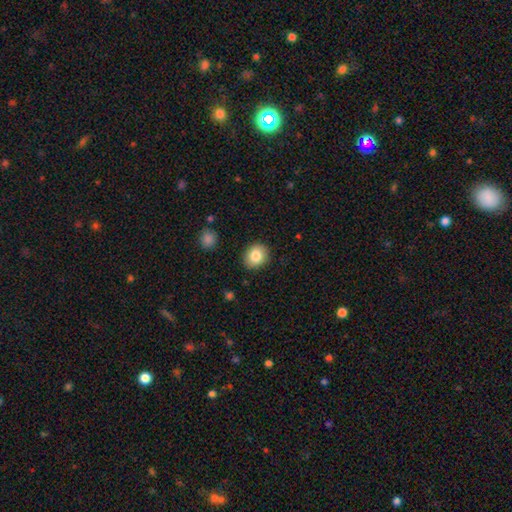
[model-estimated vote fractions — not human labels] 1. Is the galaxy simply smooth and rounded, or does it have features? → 84% smooth, 8% star or artifact, 7% featured or disk.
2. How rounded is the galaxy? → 63% round, 36% in between, 1% cigar-shaped.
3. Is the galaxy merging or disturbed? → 88% none, 8% minor disturbance, 2% major disturbance, 1% merger.